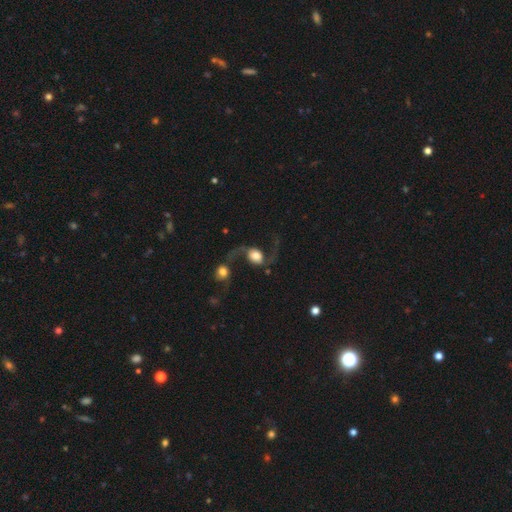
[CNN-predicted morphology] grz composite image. It shows a featured or disk galaxy (72%) with no bar (63%), 2 (91%) loose (89%) spiral arms (91%) and a large central bulge (45%). Merging: none (39%).